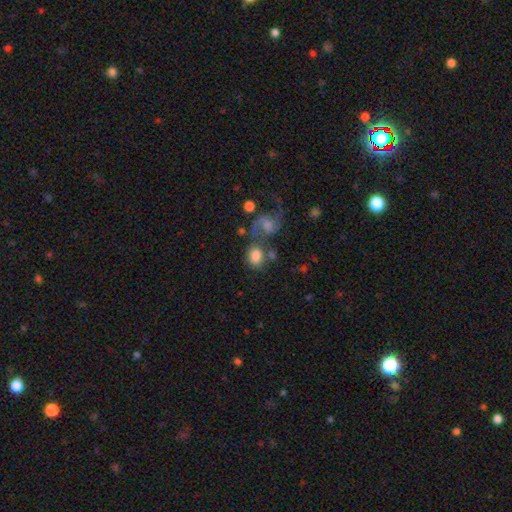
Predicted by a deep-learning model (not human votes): This is likely a smooth galaxy (74%). How rounded: possibly in between (54%). Merging: marginally none (41%).